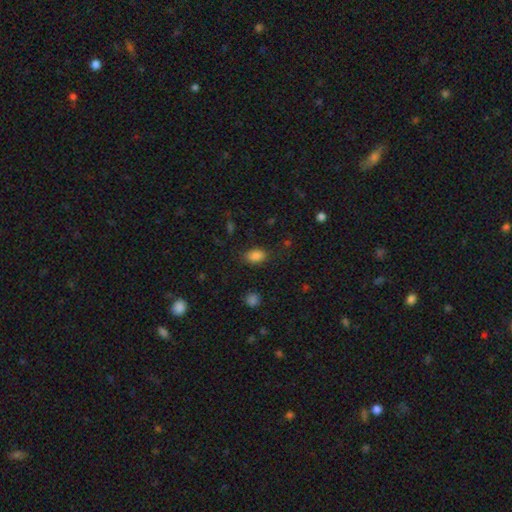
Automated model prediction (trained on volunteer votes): smooth-or-featured: smooth: 85% | star or artifact: 10% | featured or disk: 5%
  how-rounded: in between: 83% | round: 15% | cigar-shaped: 2%
  merging: none: 80% | minor disturbance: 14% | major disturbance: 4% | merger: 1%